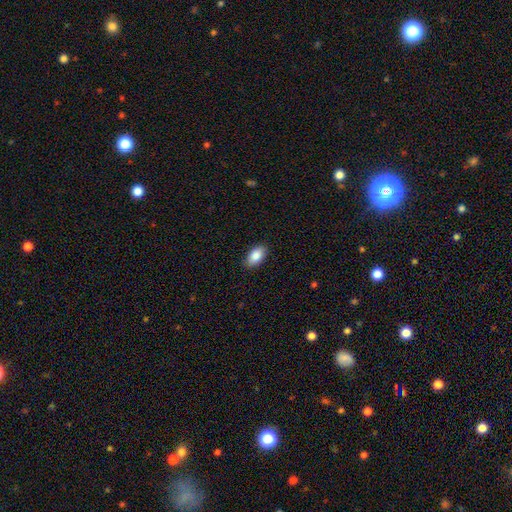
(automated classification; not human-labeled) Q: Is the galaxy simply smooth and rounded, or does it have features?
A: smooth — 86%.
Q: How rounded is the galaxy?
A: in between — 93%.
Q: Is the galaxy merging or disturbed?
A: none — 87%.